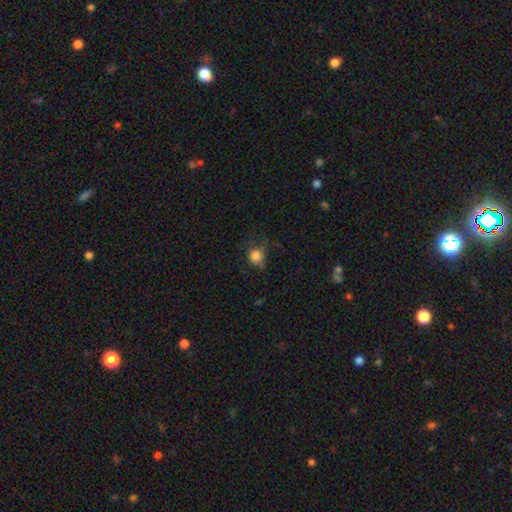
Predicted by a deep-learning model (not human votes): This appears to be a smooth galaxy with no disk features (83%) that is round (83%). Merging: none (57%).